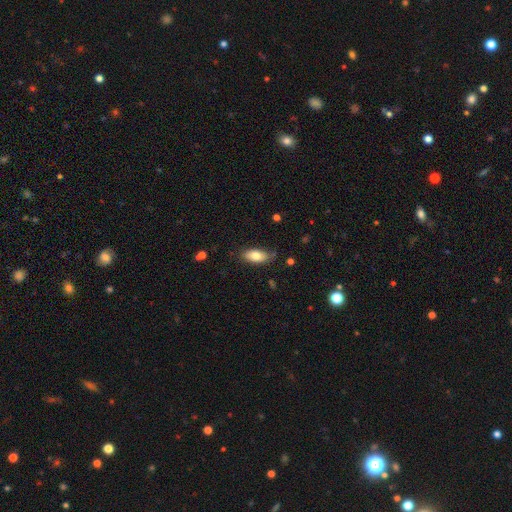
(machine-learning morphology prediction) Smooth or featured? smooth (78%)
How rounded? in between (89%)
Merging? none (79%)